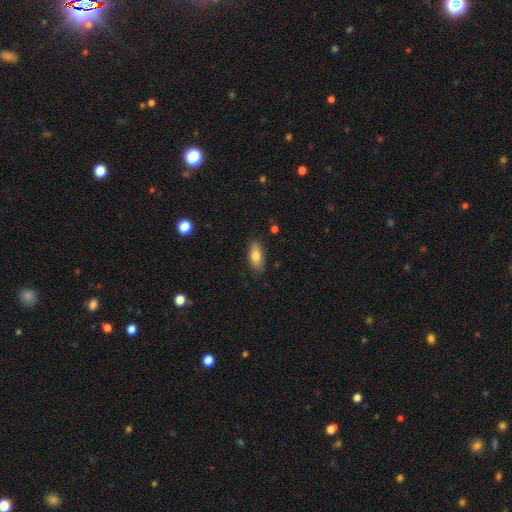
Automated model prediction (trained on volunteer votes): This appears to be a smooth galaxy with no disk features (80%) that is in between round and cigar-shaped (81%). Merging: none (84%).